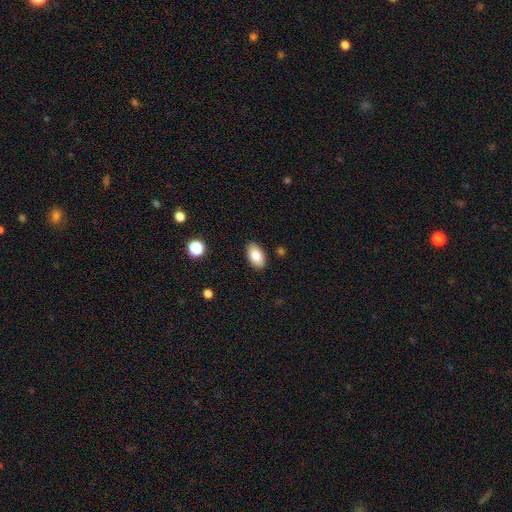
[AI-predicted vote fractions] Smooth or featured: smooth — 82% (featured or disk — 10%)
How rounded: in between — 92% (round — 6%)
Merging: none — 87% (minor disturbance — 10%)